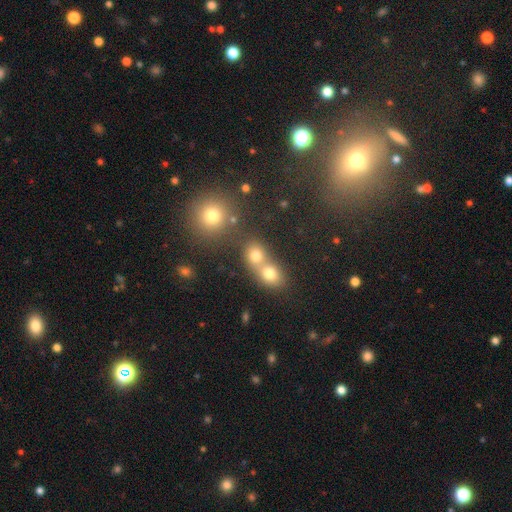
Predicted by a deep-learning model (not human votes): A smooth galaxy with no disk features (73%) that is round (71%).

Vote fractions:
- Smooth or featured? smooth: 73% / star or artifact: 17% / featured or disk: 10%
- How rounded? round: 71% / in between: 27% / cigar-shaped: 1%
- Merging? merger: 51% / none: 39% / minor disturbance: 6% / major disturbance: 3%